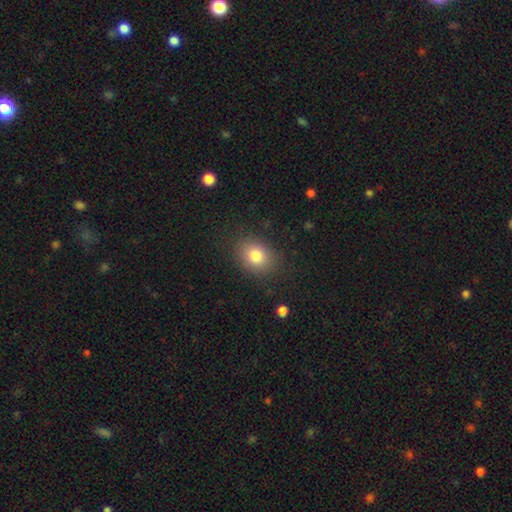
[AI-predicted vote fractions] Morphology: type=smooth (81%); roundness=in between (53%); merging=none (84%).